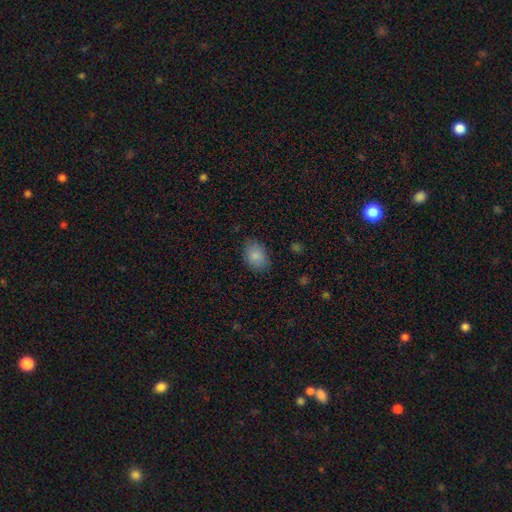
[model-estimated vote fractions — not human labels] This appears to be a smooth galaxy with no disk features (86%) that is in between round and cigar-shaped (80%). Merging: none (82%).